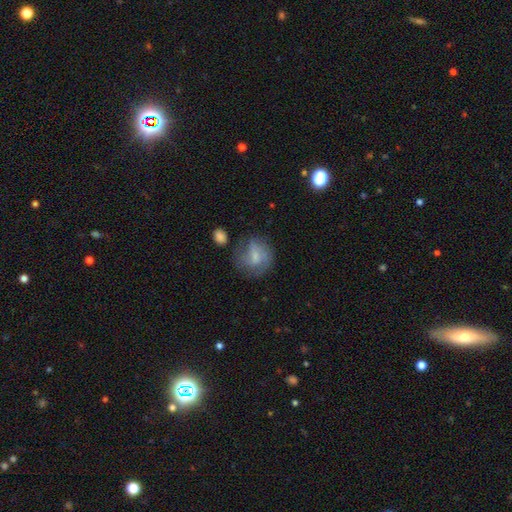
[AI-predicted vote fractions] Morphology: type=smooth (49%); merging=none (55%).